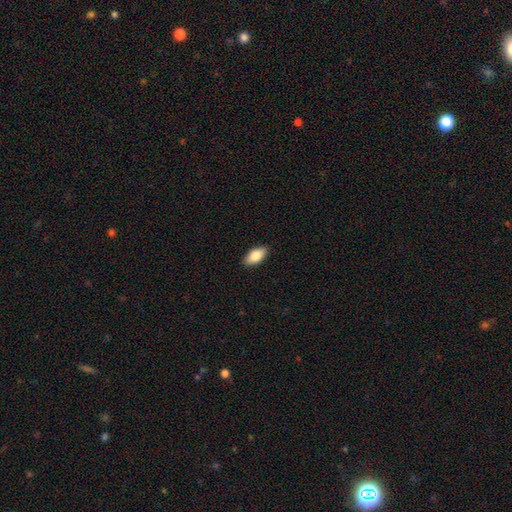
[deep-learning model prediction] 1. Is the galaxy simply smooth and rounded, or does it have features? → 82% smooth, 12% featured or disk, 7% star or artifact.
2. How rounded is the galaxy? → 90% in between, 8% cigar-shaped, 3% round.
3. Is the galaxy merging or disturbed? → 88% none, 9% minor disturbance, 2% major disturbance, 1% merger.